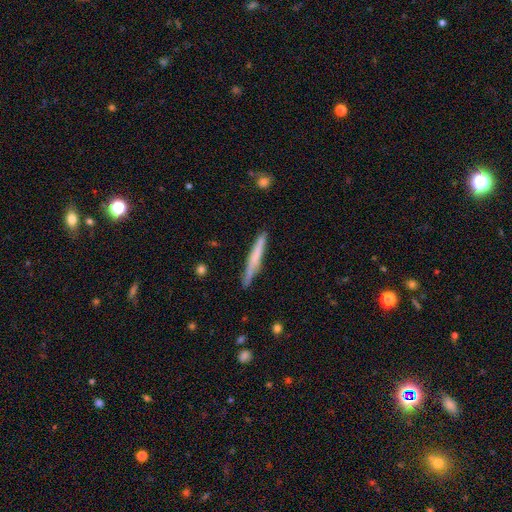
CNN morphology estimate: A smooth galaxy with no disk features (56%) that is cigar-shaped (96%). Merging: none (83%).